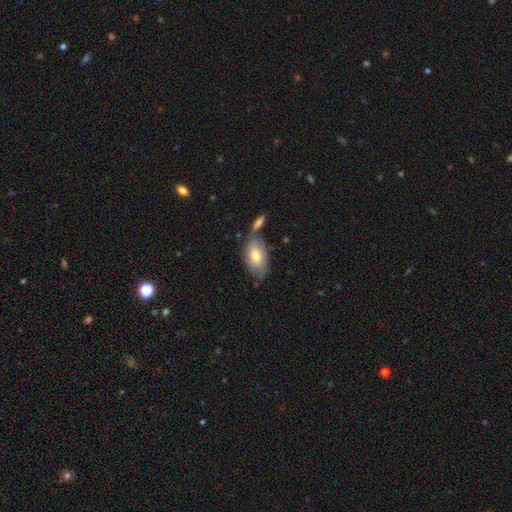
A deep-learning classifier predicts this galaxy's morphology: This is likely a smooth galaxy (71%). How rounded: clearly in between (92%). Merging: possibly none (55%).